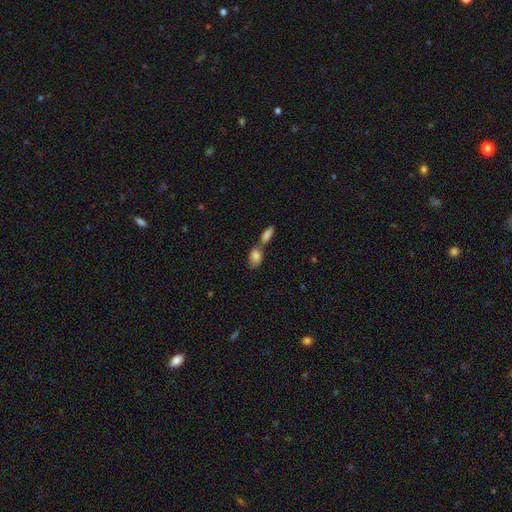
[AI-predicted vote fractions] smooth 84%, featured or disk 9%, star or artifact 7%. Down the decision tree: how rounded — in between (86%); merging — merger (58%).